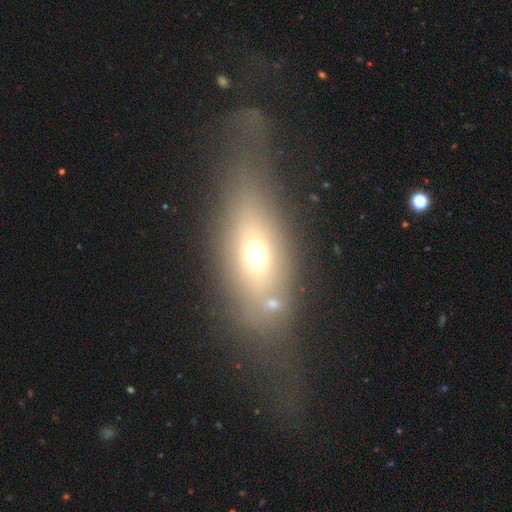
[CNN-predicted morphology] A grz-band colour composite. It shows a smooth galaxy with no disk features (51%) that is in between round and cigar-shaped (67%). Merging: none (45%).